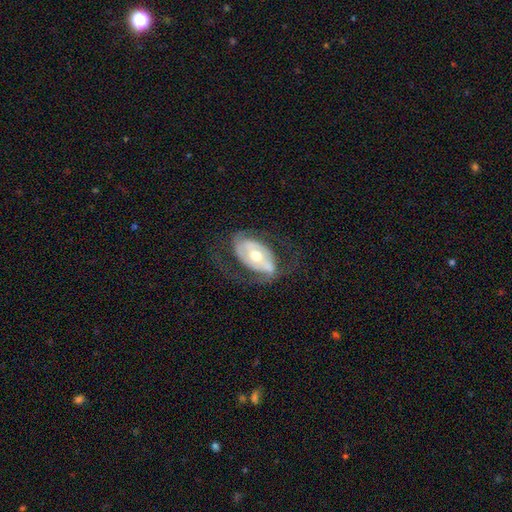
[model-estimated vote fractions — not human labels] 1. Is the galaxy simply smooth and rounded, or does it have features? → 76% featured or disk, 19% smooth, 5% star or artifact.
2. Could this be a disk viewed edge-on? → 93% no, 7% yes.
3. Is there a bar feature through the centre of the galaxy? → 45% no, 31% weak, 24% strong.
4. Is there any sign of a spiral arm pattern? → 75% yes, 25% no.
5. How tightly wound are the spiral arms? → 42% medium, 31% loose, 27% tight.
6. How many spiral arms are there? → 77% 2, 14% can't tell, 5% 1, 3% 3, 1% 4, 1% more than 4.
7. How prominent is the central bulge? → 70% moderate, 21% small, 7% large, 1% dominant, 1% none.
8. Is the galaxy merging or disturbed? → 59% none, 20% major disturbance, 18% minor disturbance, 3% merger.